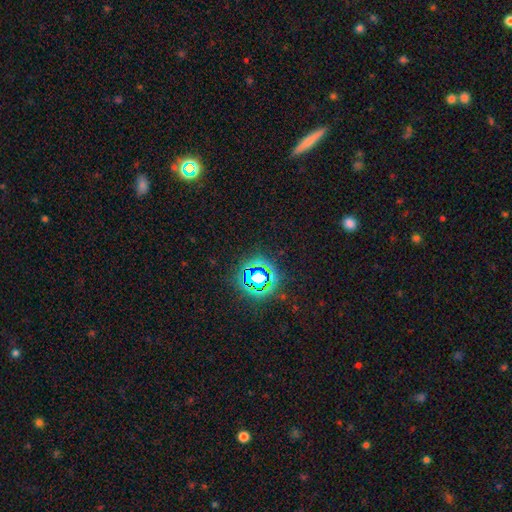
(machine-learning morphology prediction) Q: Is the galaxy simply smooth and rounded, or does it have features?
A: star or artifact — 67%.